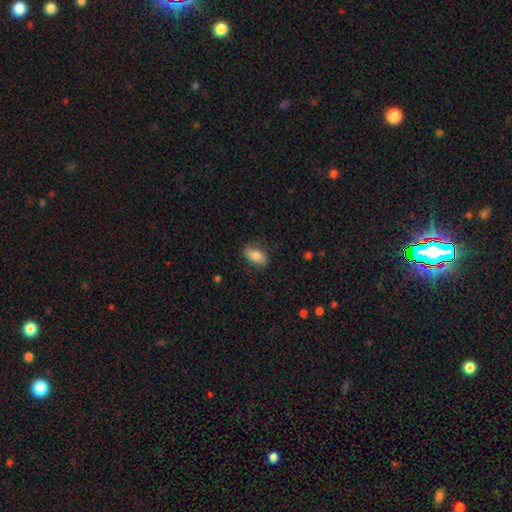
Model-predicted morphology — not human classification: smooth 74%, featured or disk 19%, star or artifact 7%. Down the decision tree: how rounded — in between (88%); merging — none (75%).